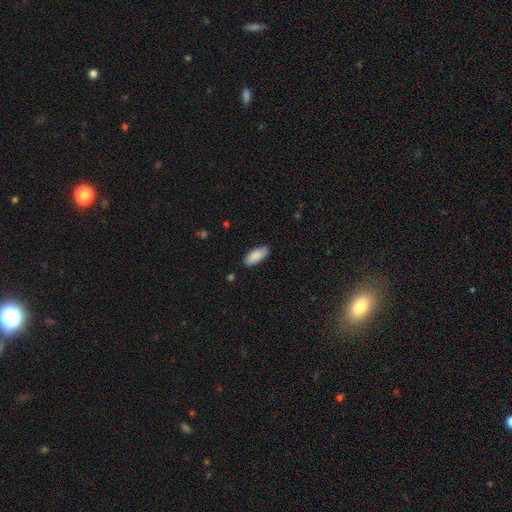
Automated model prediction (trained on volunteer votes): smooth-or-featured: smooth: 88% | featured or disk: 6% | star or artifact: 6%
  how-rounded: in between: 85% | cigar-shaped: 13% | round: 2%
  merging: none: 85% | minor disturbance: 12% | major disturbance: 2% | merger: 1%